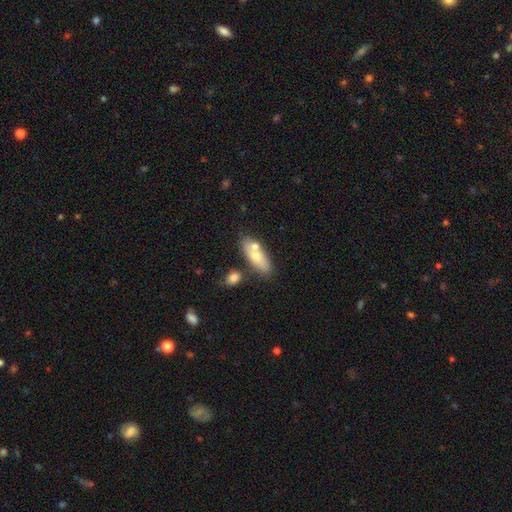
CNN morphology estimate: smooth 64%, featured or disk 29%, star or artifact 7%. Down the decision tree: how rounded — in between (69%); merging — none (59%).